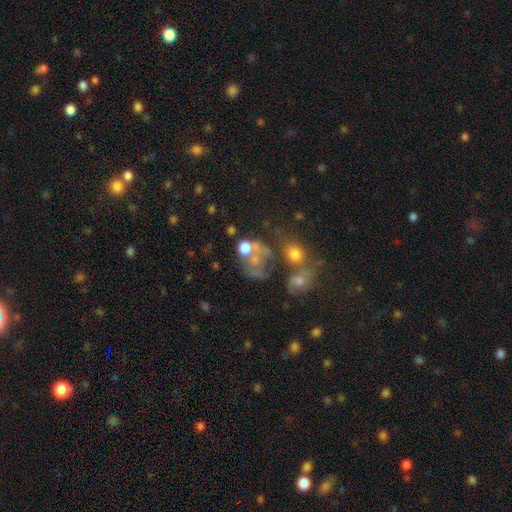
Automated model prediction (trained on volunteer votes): Smooth or featured?
  - smooth: 47% *
  - featured or disk: 29%
  - star or artifact: 24%
Merging?
  - merger: 33% *
  - none: 30%
  - major disturbance: 23%
  - minor disturbance: 14%